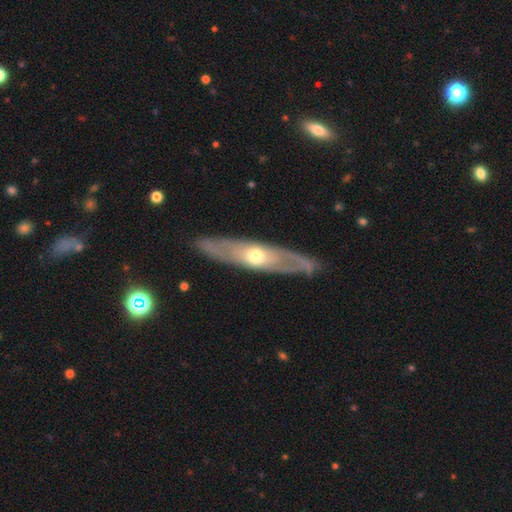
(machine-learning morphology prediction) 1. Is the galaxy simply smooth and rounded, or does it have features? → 68% featured or disk, 28% smooth, 5% star or artifact.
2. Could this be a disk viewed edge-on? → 53% no, 47% yes.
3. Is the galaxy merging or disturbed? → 83% none, 11% minor disturbance, 4% major disturbance, 1% merger.